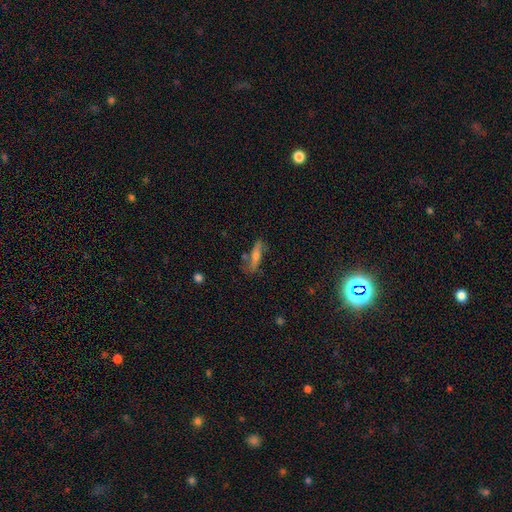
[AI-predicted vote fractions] Smooth or featured: smooth — 45% (featured or disk — 42%)
Merging: none — 63% (minor disturbance — 22%)